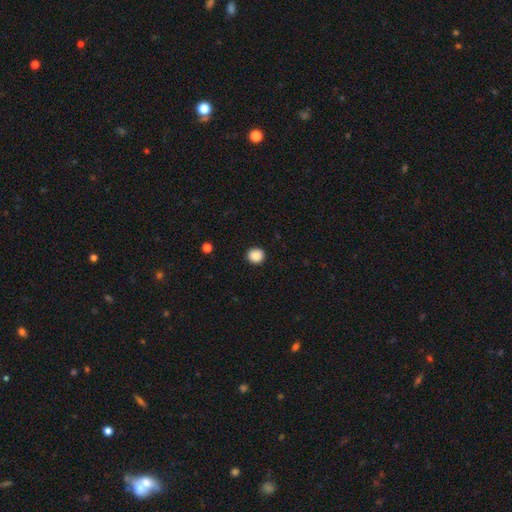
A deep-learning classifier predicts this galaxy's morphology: smooth-or-featured: smooth: 88% | star or artifact: 9% | featured or disk: 3%
  how-rounded: round: 92% | in between: 7% | cigar-shaped: 1%
  merging: none: 93% | minor disturbance: 5% | major disturbance: 2% | merger: 1%